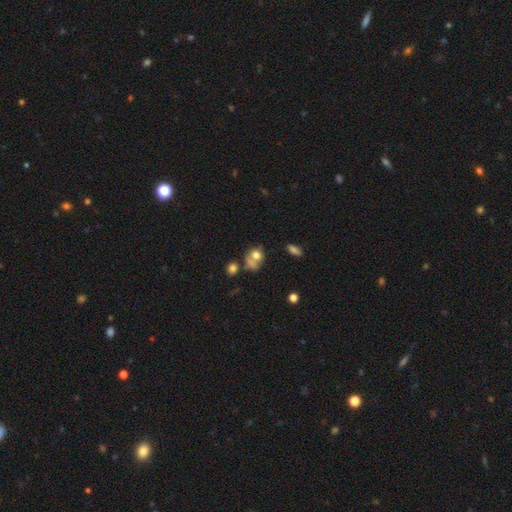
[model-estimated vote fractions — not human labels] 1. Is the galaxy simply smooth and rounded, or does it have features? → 68% smooth, 19% featured or disk, 13% star or artifact.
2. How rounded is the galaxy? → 53% round, 45% in between, 2% cigar-shaped.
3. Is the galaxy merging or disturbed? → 34% merger, 33% none, 17% minor disturbance, 16% major disturbance.